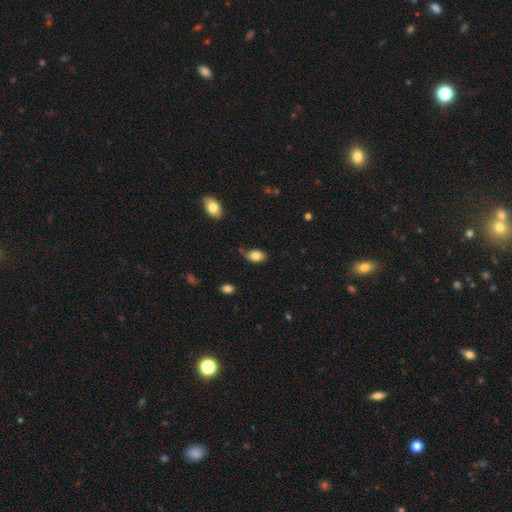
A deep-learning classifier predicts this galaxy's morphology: smooth 81%, featured or disk 11%, star or artifact 8%. Down the decision tree: how rounded — in between (89%); merging — none (65%).